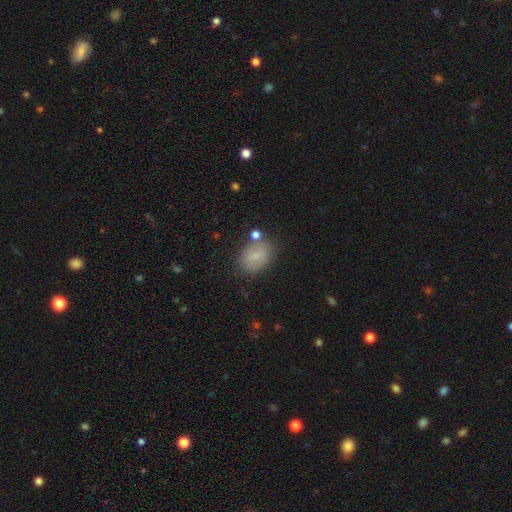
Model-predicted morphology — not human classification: smooth_or_featured: smooth (p=0.76) [alt: featured or disk p=0.14]
how_rounded: in between (p=0.74) [alt: round p=0.25]
merging: none (p=0.75) [alt: minor disturbance p=0.15]